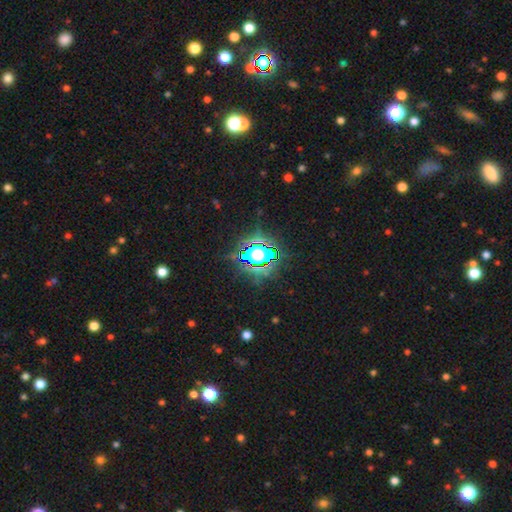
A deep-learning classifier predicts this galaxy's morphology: type=star or artifact (82%).